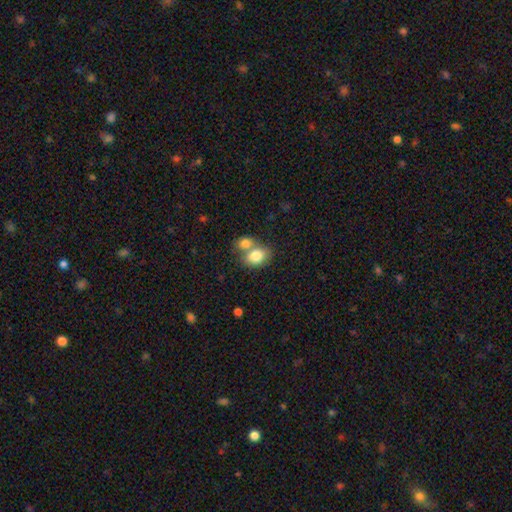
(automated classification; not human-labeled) Smooth or featured? smooth (80%)
How rounded? in between (67%)
Merging? merger (53%)